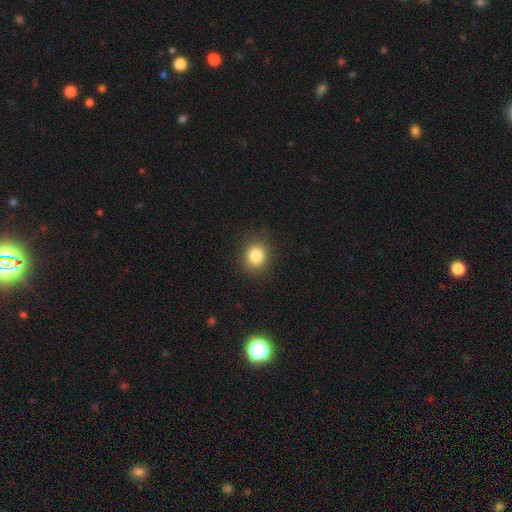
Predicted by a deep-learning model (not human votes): Smooth or featured? smooth (83%)
How rounded? round (72%)
Merging? none (88%)